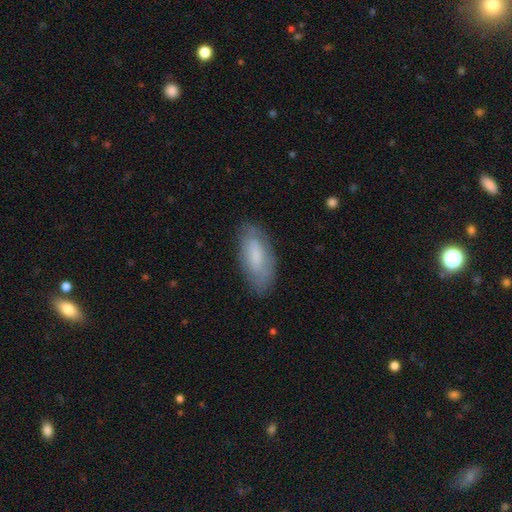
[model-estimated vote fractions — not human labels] Q: Smooth or featured?
A: smooth (67%); runner-up: featured or disk (27%)
Q: How rounded?
A: in between (85%); runner-up: cigar-shaped (13%)
Q: Merging?
A: none (78%); runner-up: minor disturbance (17%)